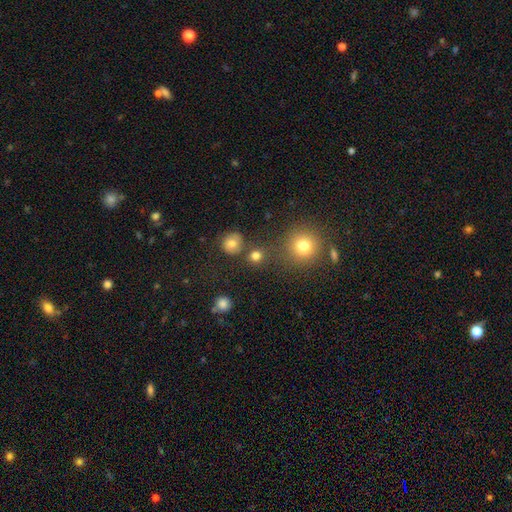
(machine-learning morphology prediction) A smooth galaxy with no disk features (79%) that is round (88%). Merging: none (77%).